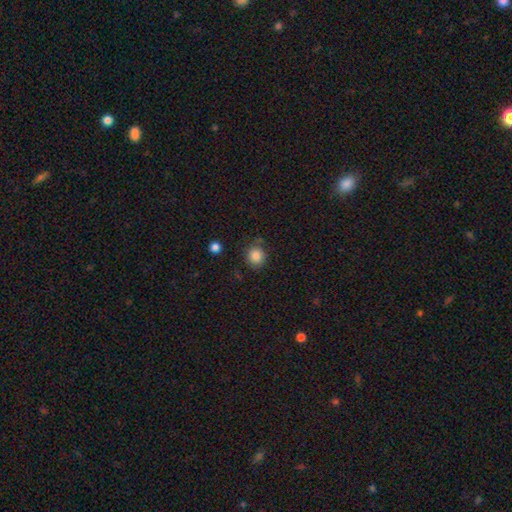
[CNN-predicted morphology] type=smooth (85%); roundness=round (87%); merging=none (80%).